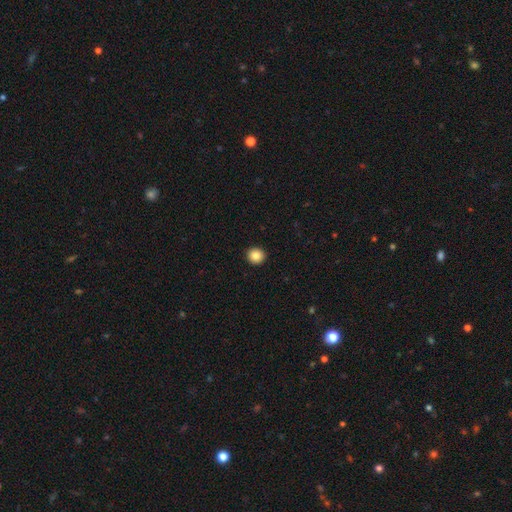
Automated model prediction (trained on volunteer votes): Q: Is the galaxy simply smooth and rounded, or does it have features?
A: smooth — 87%.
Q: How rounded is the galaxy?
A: round — 92%.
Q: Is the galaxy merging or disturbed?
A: none — 94%.